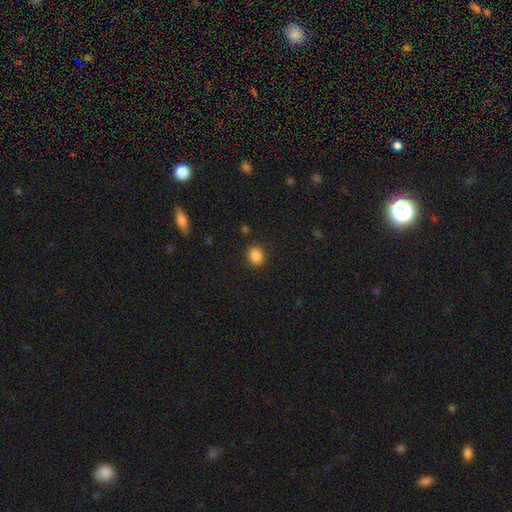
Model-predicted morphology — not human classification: Smooth or featured? Predicted: smooth (p=0.87). How rounded? Predicted: round (p=0.61). Merging? Predicted: none (p=0.87).